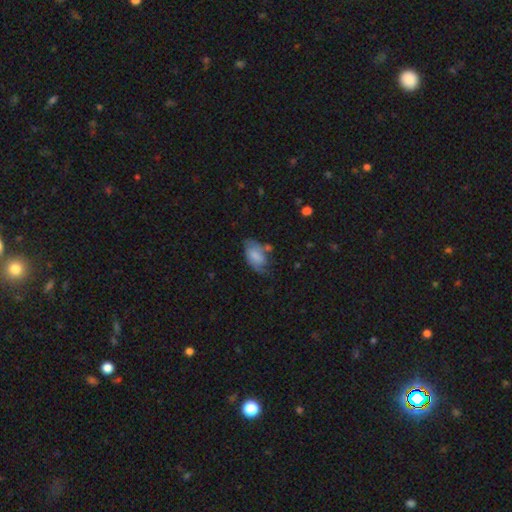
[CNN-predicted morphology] A smooth galaxy with no disk features (60%) that is in between round and cigar-shaped (92%). Merging: none (47%).